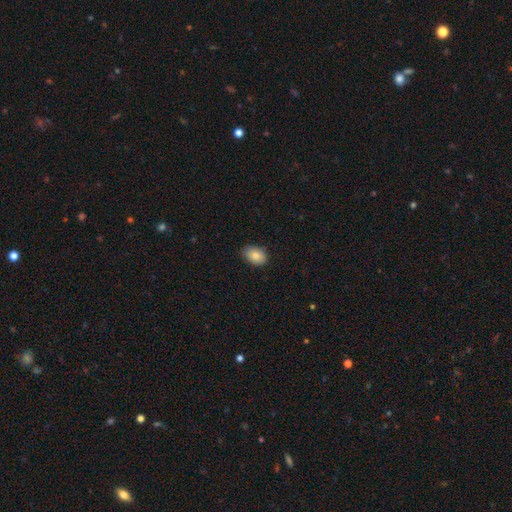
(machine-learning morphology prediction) The model was most divided on "merging": none: 79%, minor disturbance: 17%, major disturbance: 2%, merger: 1%. More confident: smooth or featured — smooth (83%); how rounded — in between (82%).